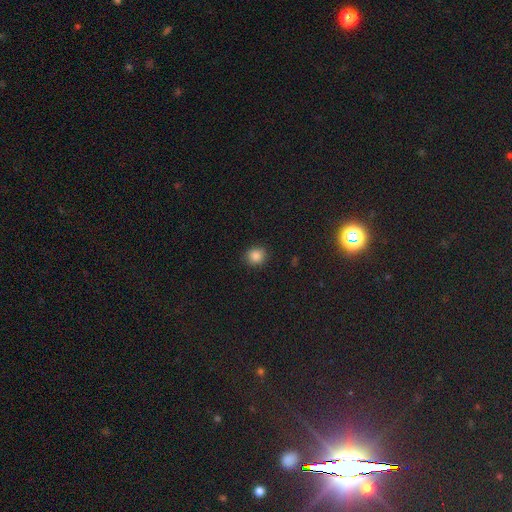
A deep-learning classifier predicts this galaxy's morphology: A smooth galaxy with no disk features (85%) that is round (81%). Merging: none (87%).